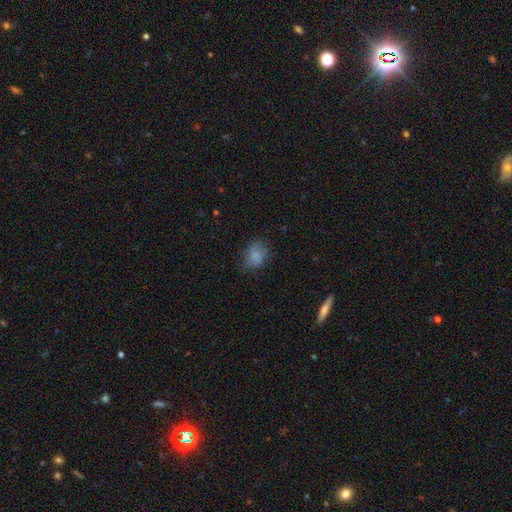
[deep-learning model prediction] Smooth or featured: smooth — 82% (star or artifact — 9%)
How rounded: in between — 58% (round — 41%)
Merging: none — 73% (minor disturbance — 19%)